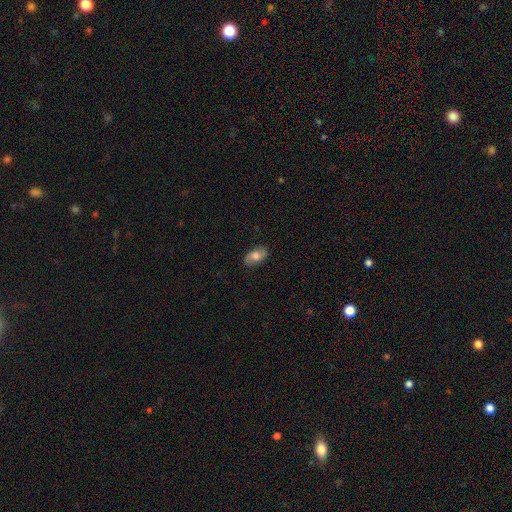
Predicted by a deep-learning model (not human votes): smooth 70%, featured or disk 23%, star or artifact 7%. Down the decision tree: how rounded — in between (92%); merging — none (86%).